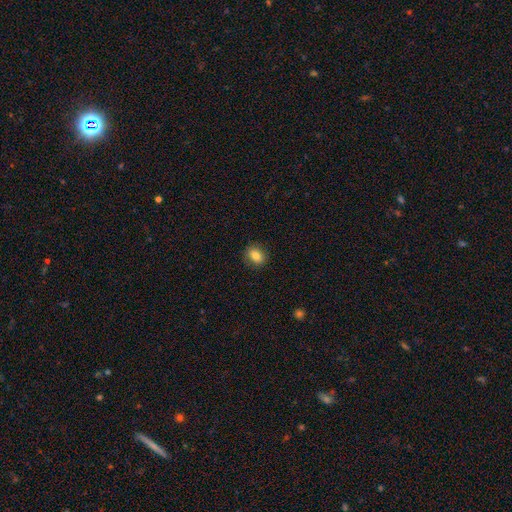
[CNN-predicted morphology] A smooth galaxy with no disk features (81%) that is round (51%).

Vote fractions:
- Smooth or featured? smooth: 81% / star or artifact: 10% / featured or disk: 9%
- How rounded? round: 51% / in between: 48% / cigar-shaped: 1%
- Merging? none: 87% / minor disturbance: 10% / major disturbance: 3% / merger: 1%